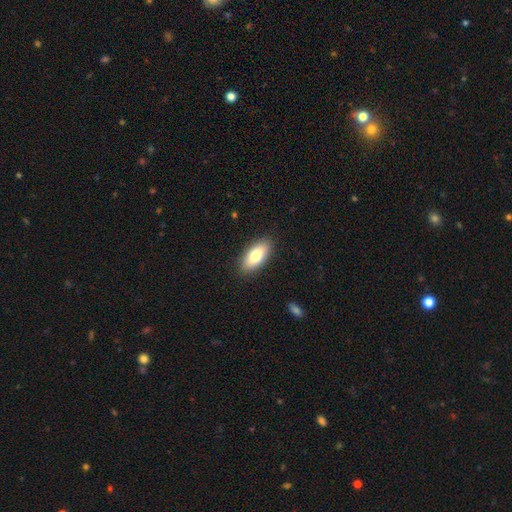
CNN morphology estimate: Smooth or featured? smooth (77%)
How rounded? in between (88%)
Merging? none (89%)